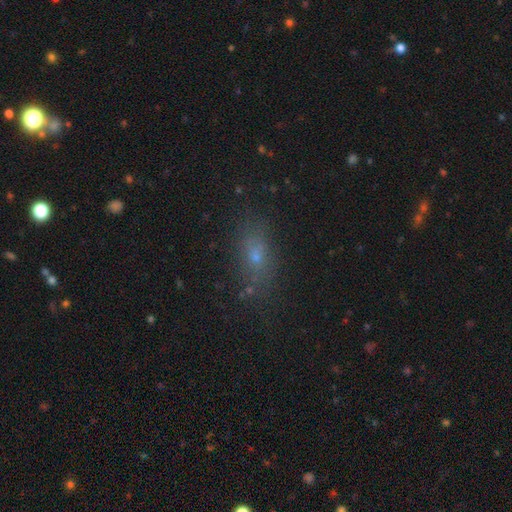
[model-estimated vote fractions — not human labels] smooth_or_featured: smooth (p=0.58) [alt: star or artifact p=0.25]
how_rounded: in between (p=0.69) [alt: cigar-shaped p=0.16]
merging: none (p=0.77) [alt: minor disturbance p=0.15]